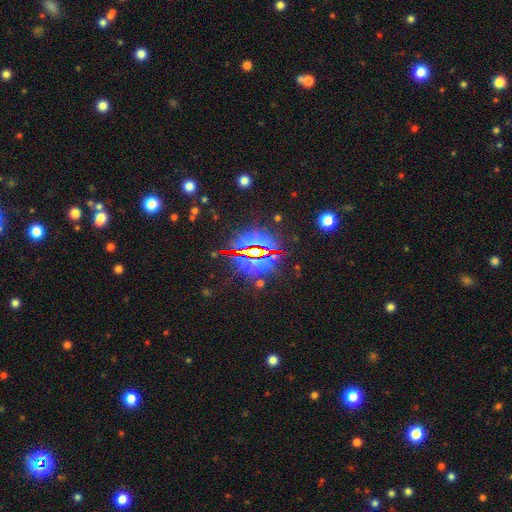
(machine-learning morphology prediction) Smooth or featured? star or artifact (83%)